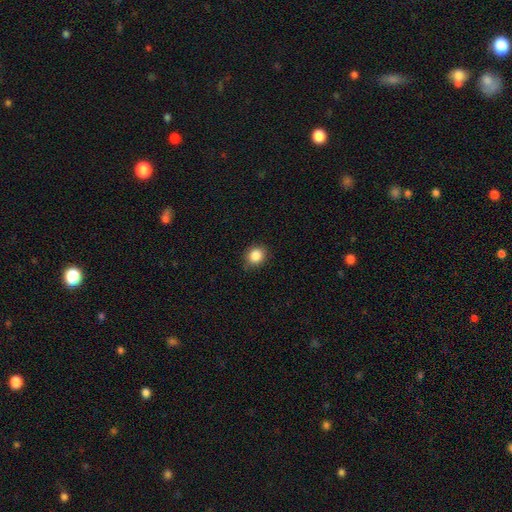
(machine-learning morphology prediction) Q: Smooth or featured?
A: smooth (86%); runner-up: star or artifact (10%)
Q: How rounded?
A: round (70%); runner-up: in between (29%)
Q: Merging?
A: none (85%); runner-up: minor disturbance (12%)